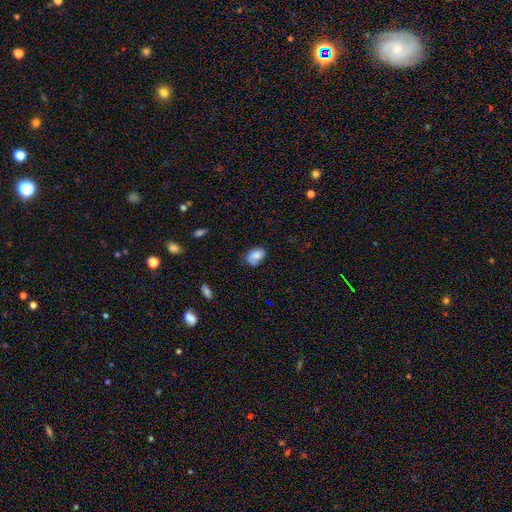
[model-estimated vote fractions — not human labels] smooth-or-featured: smooth: 73% | featured or disk: 19% | star or artifact: 9%
  how-rounded: in between: 82% | round: 17% | cigar-shaped: 1%
  merging: none: 55% | minor disturbance: 31% | major disturbance: 11% | merger: 4%